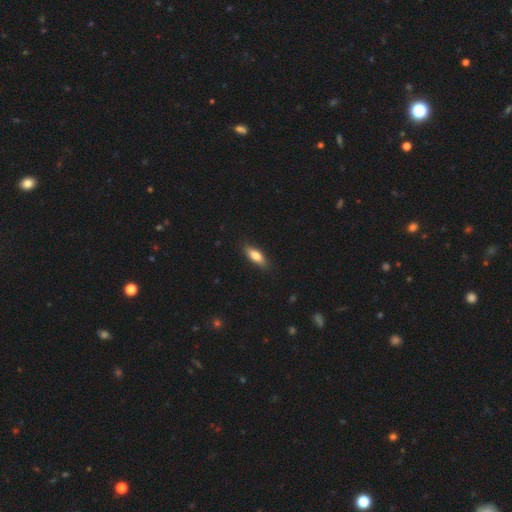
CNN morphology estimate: Overall: smooth (76%). How rounded: in between (63%; cigar-shaped 34%). Merging: none (86%).